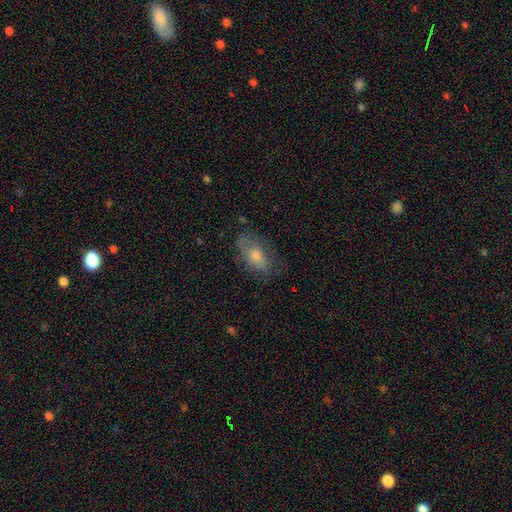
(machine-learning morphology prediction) This is possibly a smooth galaxy (53%). How rounded: clearly in between (85%). Merging: likely none (66%).